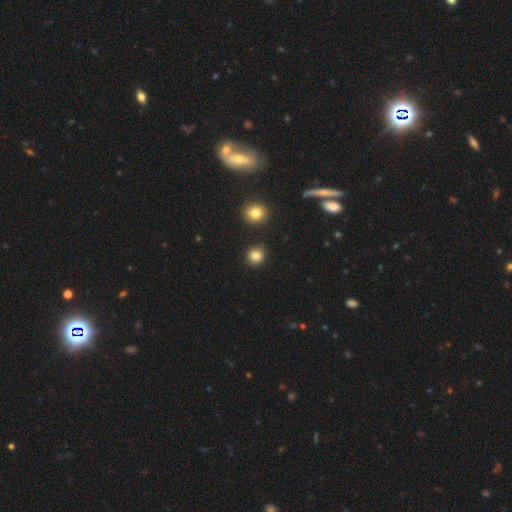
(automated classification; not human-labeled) Q: Smooth or featured?
A: smooth (85%); runner-up: star or artifact (11%)
Q: How rounded?
A: round (92%); runner-up: in between (7%)
Q: Merging?
A: none (90%); runner-up: minor disturbance (6%)